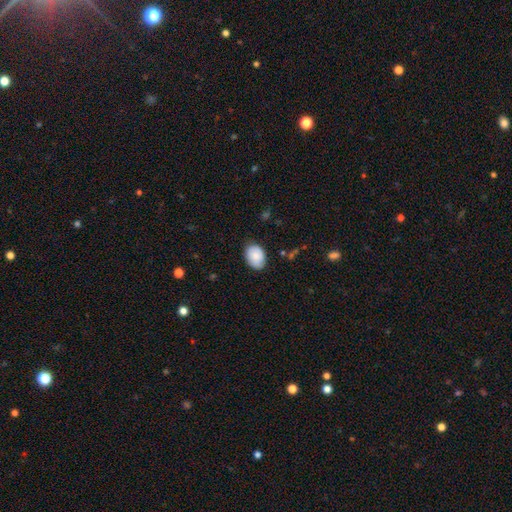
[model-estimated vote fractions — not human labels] Morphology: type=smooth (80%); roundness=in between (77%); merging=none (80%).